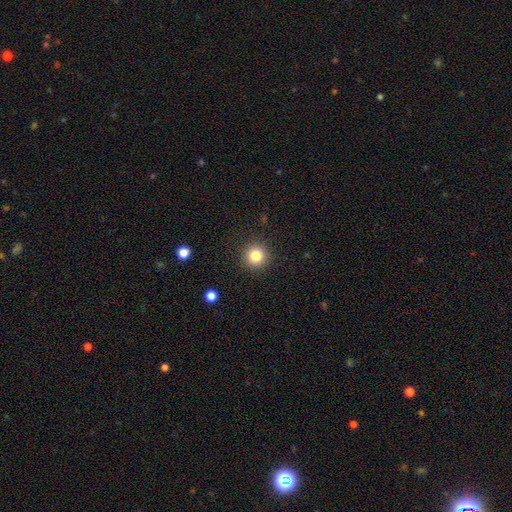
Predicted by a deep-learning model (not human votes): Smooth or featured? Predicted: smooth (p=0.83). How rounded? Predicted: round (p=0.95). Merging? Predicted: none (p=0.91).